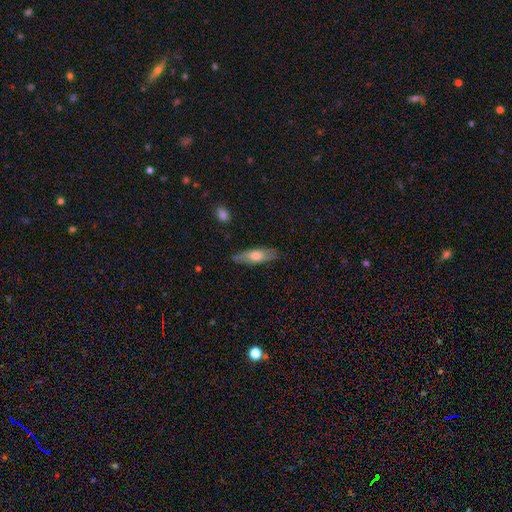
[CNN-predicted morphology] A smooth galaxy with no disk features (56%) that is cigar-shaped (50%). Merging: none (83%).